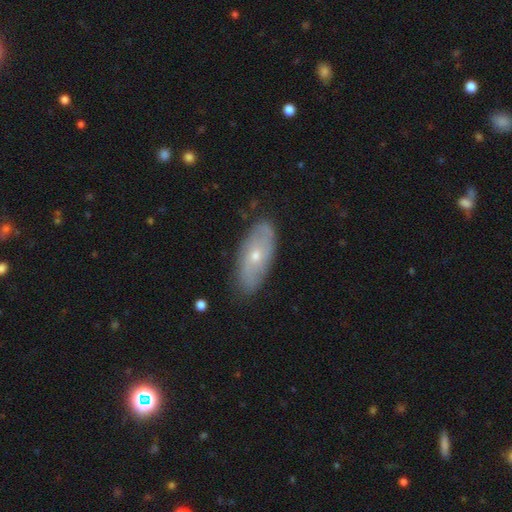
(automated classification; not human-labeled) A featured or disk galaxy (54%).

Vote fractions:
- Smooth or featured? featured or disk: 54% / smooth: 40% / star or artifact: 7%
- Edge-on disk? no: 83% / yes: 17%
- Merging? none: 82% / minor disturbance: 14% / major disturbance: 3% / merger: 1%